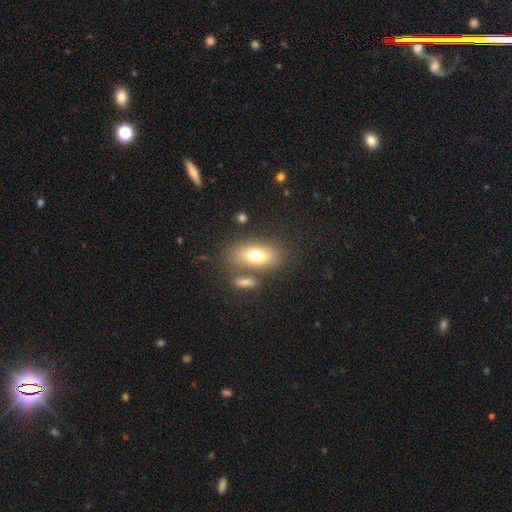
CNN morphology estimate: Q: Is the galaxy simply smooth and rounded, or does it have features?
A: smooth — 71%.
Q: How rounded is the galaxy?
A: in between — 82%.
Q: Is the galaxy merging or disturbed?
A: none — 68%.